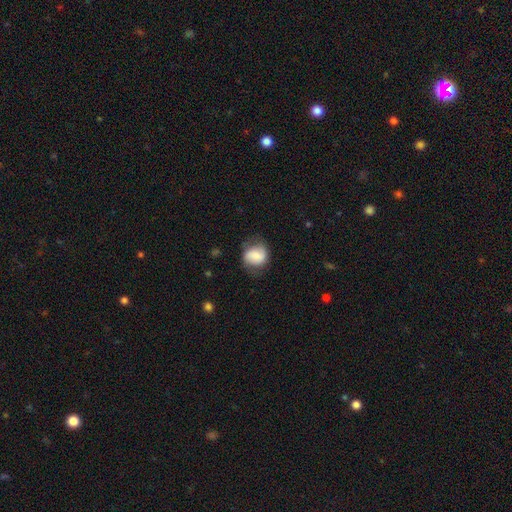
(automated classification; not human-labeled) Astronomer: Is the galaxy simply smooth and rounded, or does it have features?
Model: smooth — 66%.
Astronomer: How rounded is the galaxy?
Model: round — 62% (runner-up: in between, 37%).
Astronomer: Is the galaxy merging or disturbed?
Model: none — 61%.